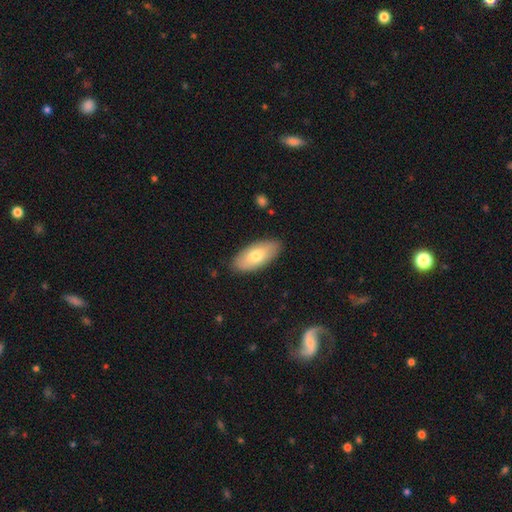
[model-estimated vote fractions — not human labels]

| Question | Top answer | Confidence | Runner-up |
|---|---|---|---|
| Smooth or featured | smooth | 73% | featured or disk (21%) |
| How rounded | in between | 89% | cigar-shaped (9%) |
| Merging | none | 87% | minor disturbance (10%) |